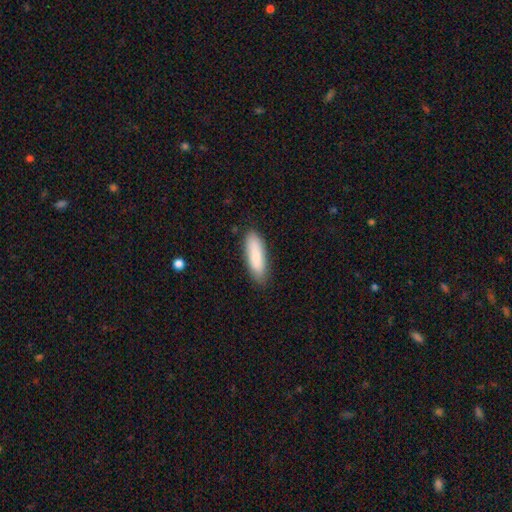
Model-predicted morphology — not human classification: Q: Smooth or featured?
A: smooth (82%); runner-up: featured or disk (12%)
Q: How rounded?
A: cigar-shaped (49%); tied with: in between (49%)
Q: Merging?
A: none (85%); runner-up: minor disturbance (12%)